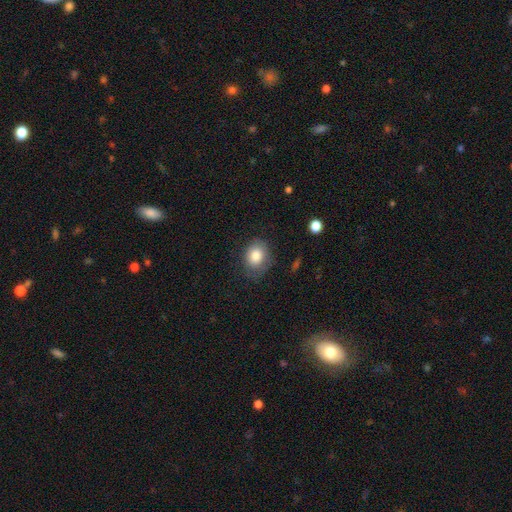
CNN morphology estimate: Smooth or featured? smooth (82%)
How rounded? round (51%)
Merging? none (68%)